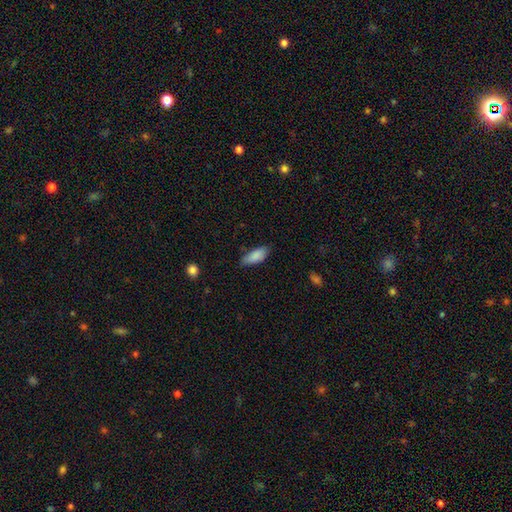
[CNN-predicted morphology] Smooth or featured: smooth — 87% (featured or disk — 7%)
How rounded: in between — 79% (cigar-shaped — 19%)
Merging: none — 75% (minor disturbance — 20%)